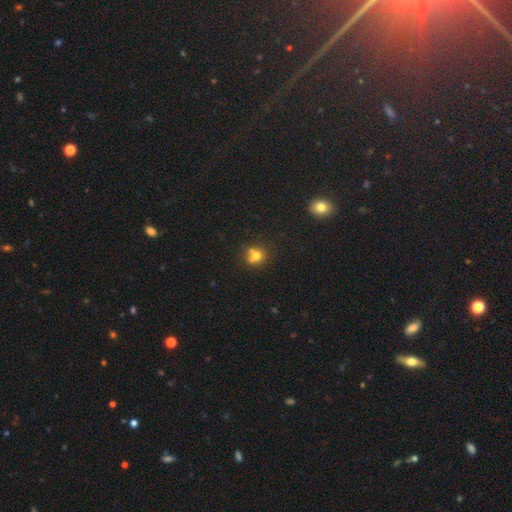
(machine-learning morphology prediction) Overall: smooth (68%). How rounded: round (80%). Merging: none (44%; merger 41%).